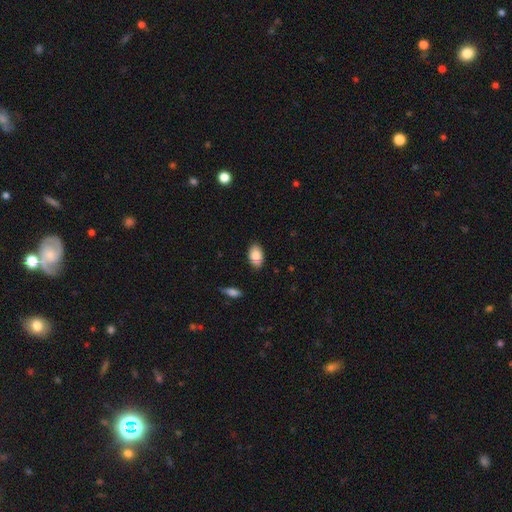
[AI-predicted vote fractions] A smooth galaxy with no disk features (87%) that is in between round and cigar-shaped (92%).

Vote fractions:
- Smooth or featured? smooth: 87% / star or artifact: 7% / featured or disk: 6%
- How rounded? in between: 92% / round: 6% / cigar-shaped: 2%
- Merging? none: 86% / minor disturbance: 10% / major disturbance: 2% / merger: 1%